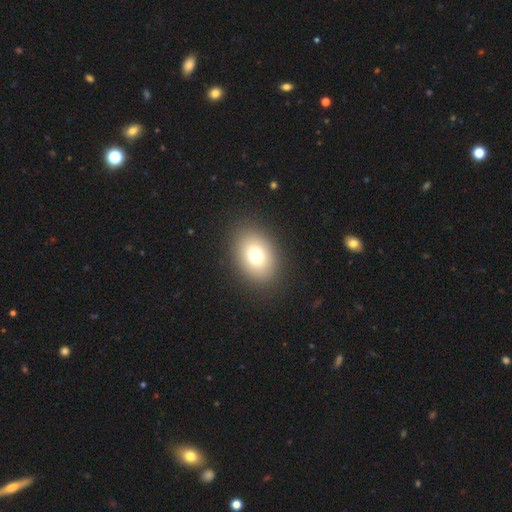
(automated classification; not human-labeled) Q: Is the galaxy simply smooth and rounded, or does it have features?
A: smooth — 75%.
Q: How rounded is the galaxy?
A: in between — 65%.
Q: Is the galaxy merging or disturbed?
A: none — 89%.